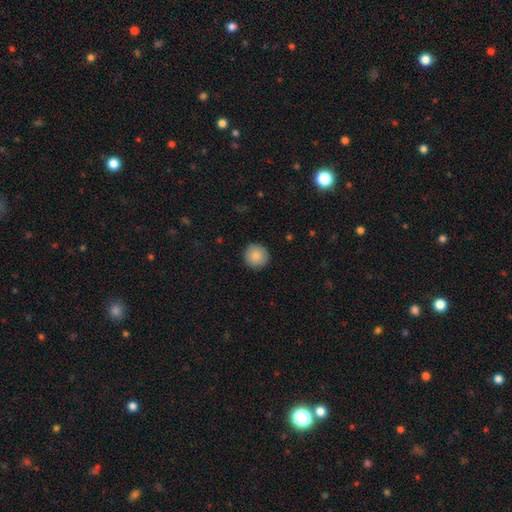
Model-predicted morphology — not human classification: This is clearly a smooth galaxy (87%). How rounded: clearly round (94%). Merging: clearly none (91%).